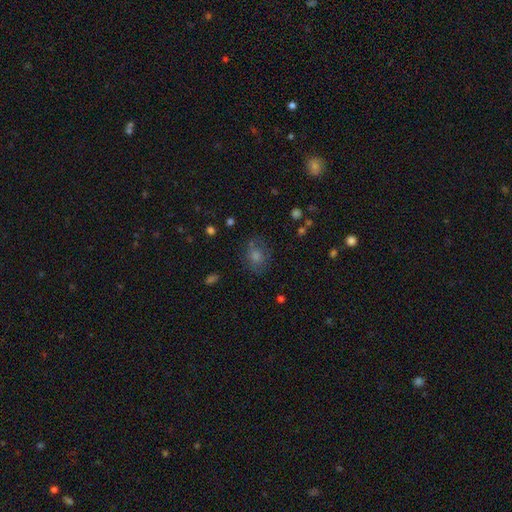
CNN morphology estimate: smooth-or-featured: smooth: 54% | star or artifact: 27% | featured or disk: 19%
  how-rounded: round: 62% | in between: 37% | cigar-shaped: 1%
  merging: none: 76% | minor disturbance: 15% | major disturbance: 6% | merger: 2%